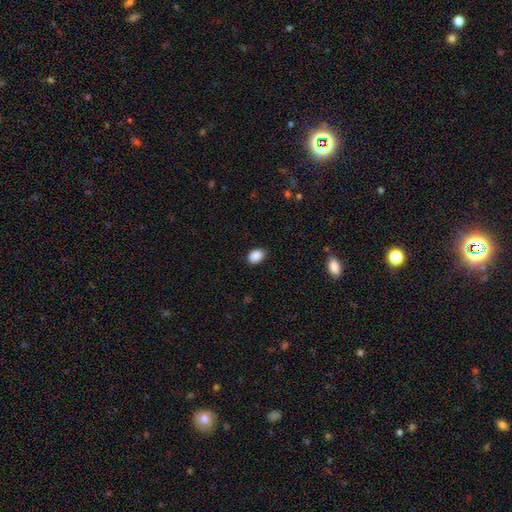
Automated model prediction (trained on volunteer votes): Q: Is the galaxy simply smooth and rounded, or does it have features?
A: smooth — 89%.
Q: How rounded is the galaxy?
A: in between — 76%.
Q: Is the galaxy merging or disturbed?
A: none — 86%.